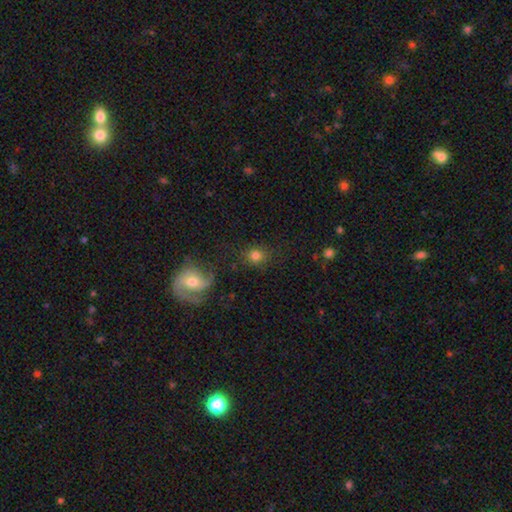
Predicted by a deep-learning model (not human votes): smooth-or-featured: smooth: 77% | star or artifact: 13% | featured or disk: 10%
  how-rounded: round: 76% | in between: 22% | cigar-shaped: 1%
  merging: none: 79% | minor disturbance: 12% | major disturbance: 6% | merger: 4%